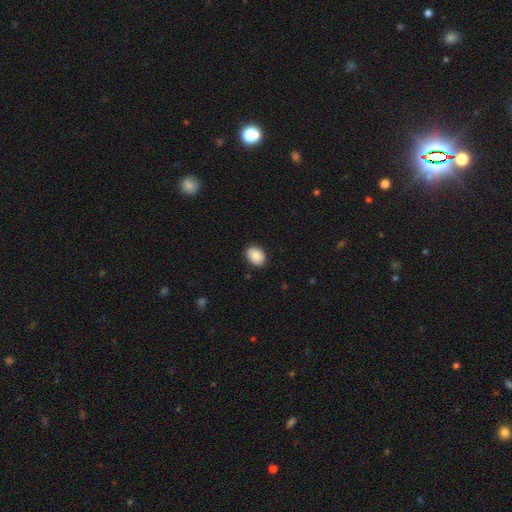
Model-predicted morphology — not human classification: Smooth or featured: smooth — 87% (star or artifact — 7%)
How rounded: in between — 70% (round — 29%)
Merging: none — 87% (minor disturbance — 10%)